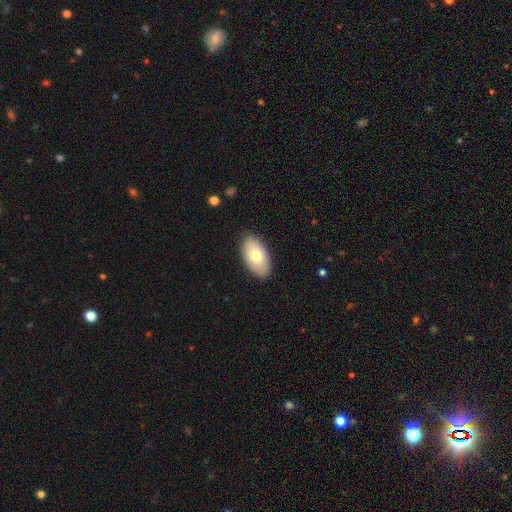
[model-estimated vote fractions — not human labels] Smooth or featured: smooth — 73% (featured or disk — 21%)
How rounded: in between — 95% (round — 3%)
Merging: none — 87% (minor disturbance — 10%)